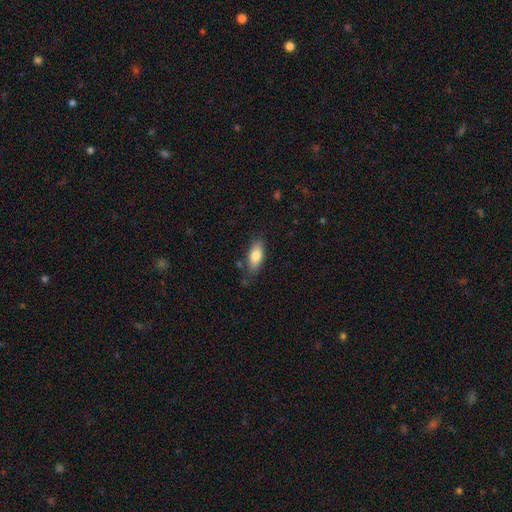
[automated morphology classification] Overall: smooth (78%). How rounded: in between (79%). Merging: none (77%).